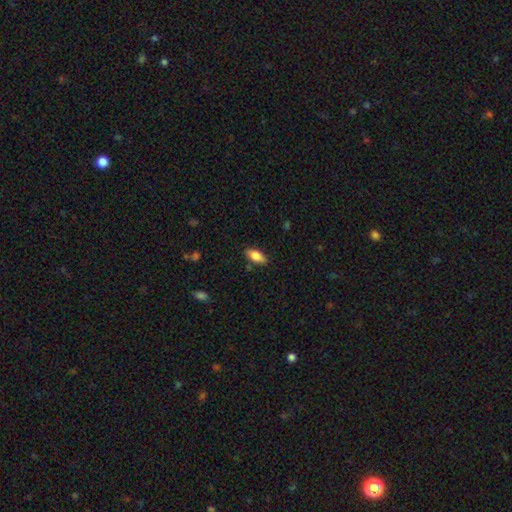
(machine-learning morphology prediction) Q: Smooth or featured?
A: smooth (80%); runner-up: featured or disk (13%)
Q: How rounded?
A: in between (87%); runner-up: cigar-shaped (10%)
Q: Merging?
A: none (85%); runner-up: minor disturbance (11%)